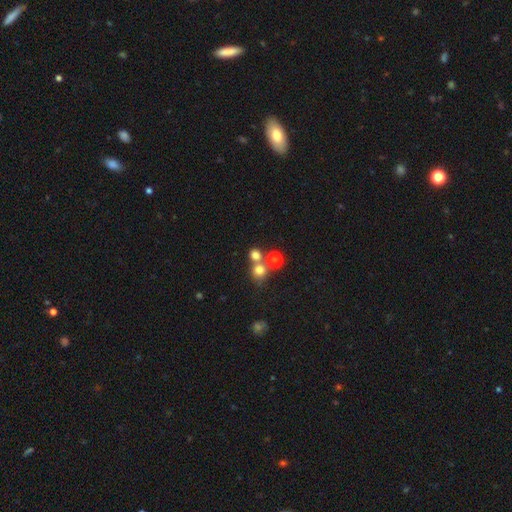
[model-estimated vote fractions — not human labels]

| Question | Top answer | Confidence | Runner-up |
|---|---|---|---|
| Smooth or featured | smooth | 72% | star or artifact (18%) |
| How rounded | round | 81% | in between (18%) |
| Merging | none | 50% | merger (39%) |